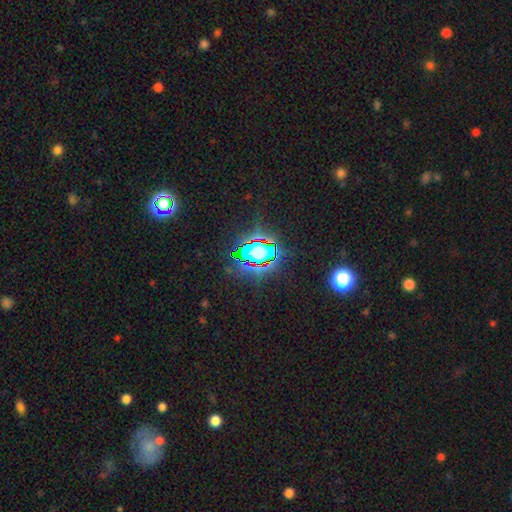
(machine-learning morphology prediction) star or artifact 76%, smooth 14%, featured or disk 10%.